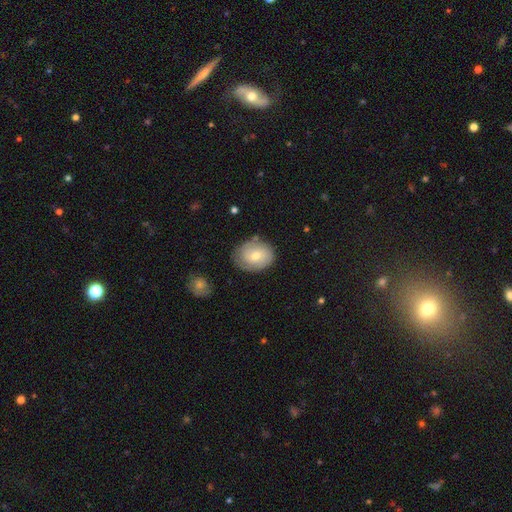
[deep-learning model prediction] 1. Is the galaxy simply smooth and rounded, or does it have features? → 48% smooth, 45% featured or disk, 7% star or artifact.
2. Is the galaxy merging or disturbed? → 74% none, 19% minor disturbance, 5% major disturbance, 3% merger.